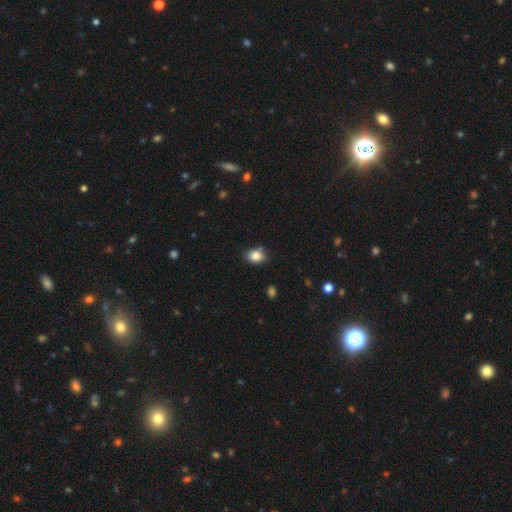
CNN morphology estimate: The model was most divided on "how rounded": in between: 57%, round: 42%, cigar-shaped: 1%. More confident: smooth or featured — smooth (84%); merging — none (78%).